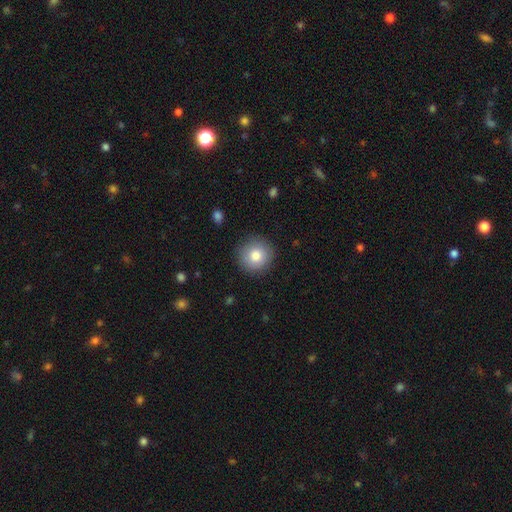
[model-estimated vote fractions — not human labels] Q: Smooth or featured?
A: smooth (82%); runner-up: featured or disk (9%)
Q: How rounded?
A: round (93%); runner-up: in between (6%)
Q: Merging?
A: none (89%); runner-up: minor disturbance (8%)